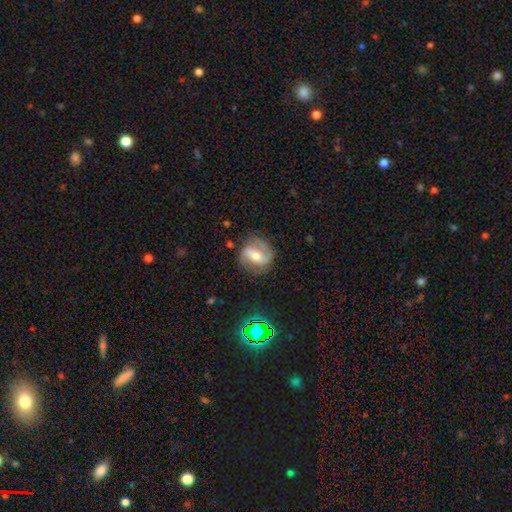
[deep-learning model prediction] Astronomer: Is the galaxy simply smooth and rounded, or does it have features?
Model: featured or disk — 68%.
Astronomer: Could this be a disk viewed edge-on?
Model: no — 95%.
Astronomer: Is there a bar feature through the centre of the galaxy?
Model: strong — 45% (runner-up: weak, 36%).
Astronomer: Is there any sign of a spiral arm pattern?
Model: yes — 85%.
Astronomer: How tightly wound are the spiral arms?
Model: medium — 44% (runner-up: loose, 29%).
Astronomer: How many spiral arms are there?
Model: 2 — 83%.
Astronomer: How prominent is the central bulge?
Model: moderate — 59%.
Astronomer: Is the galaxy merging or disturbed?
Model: none — 74%.